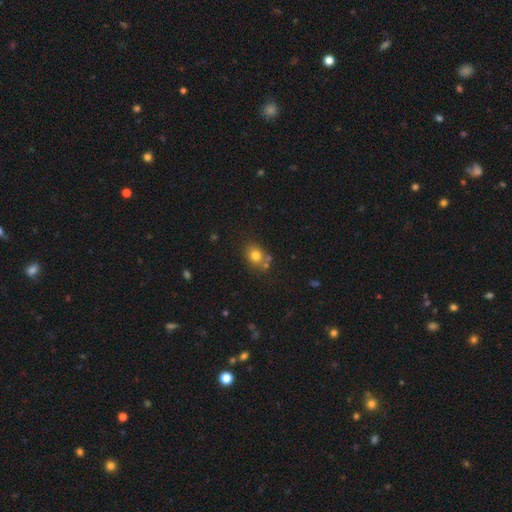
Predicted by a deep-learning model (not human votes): Smooth or featured?
  - smooth: 78% *
  - star or artifact: 12%
  - featured or disk: 10%
How rounded?
  - round: 56% *
  - in between: 43%
  - cigar-shaped: 1%
Merging?
  - none: 67% *
  - minor disturbance: 15%
  - merger: 14%
  - major disturbance: 4%